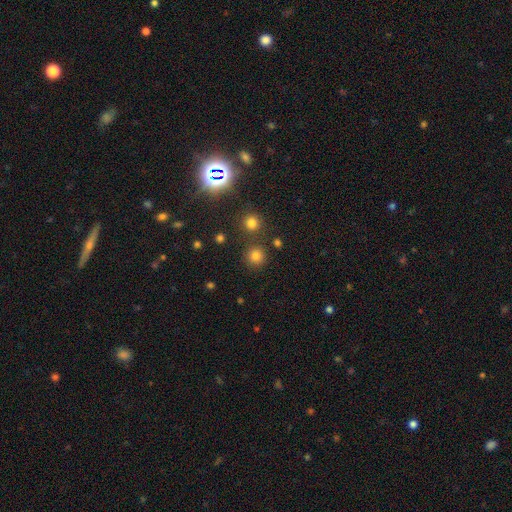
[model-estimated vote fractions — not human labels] This is likely a smooth galaxy (77%). How rounded: clearly round (93%). Merging: clearly none (82%).